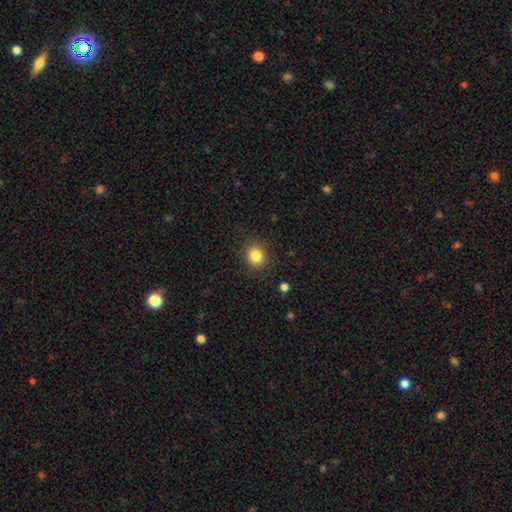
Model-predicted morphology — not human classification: This appears to be a smooth galaxy with no disk features (83%) that is round (85%). Merging: none (89%).